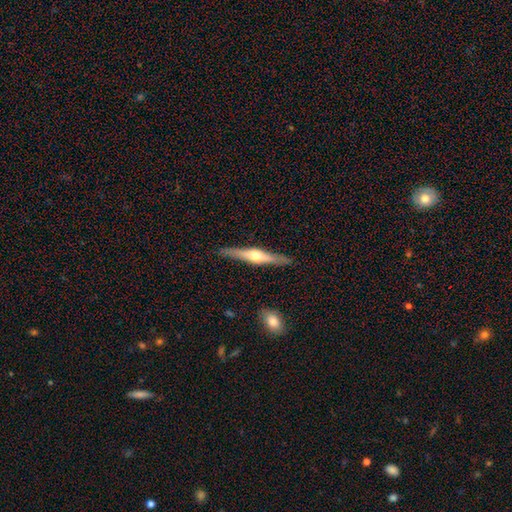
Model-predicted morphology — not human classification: smooth_or_featured: featured or disk (p=0.71) [alt: smooth p=0.24]
disk_edge_on: yes (p=0.97) [alt: no p=0.03]
edge_on_bulge: rounded (p=0.91) [alt: boxy p=0.06]
merging: none (p=0.90) [alt: minor disturbance p=0.08]